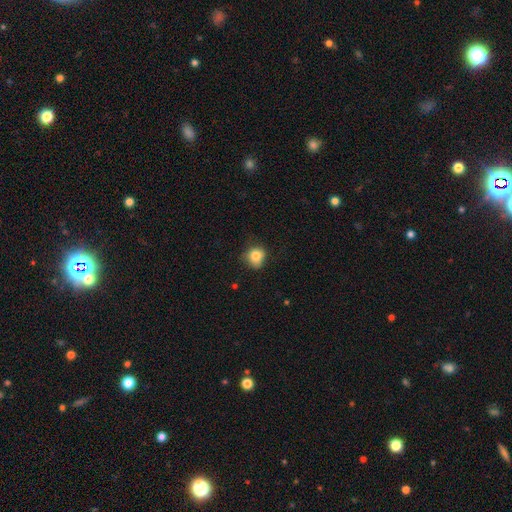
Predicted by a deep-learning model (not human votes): Smooth or featured: smooth — 82% (star or artifact — 10%)
How rounded: round — 74% (in between — 25%)
Merging: none — 63% (minor disturbance — 28%)